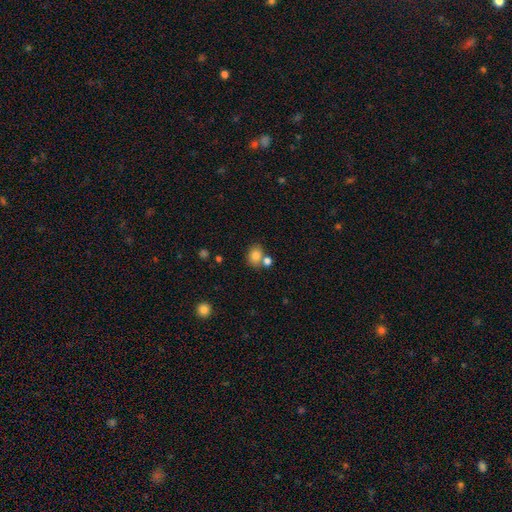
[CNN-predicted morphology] This is clearly a smooth galaxy (81%). How rounded: possibly round (51%). Merging: possibly none (59%).